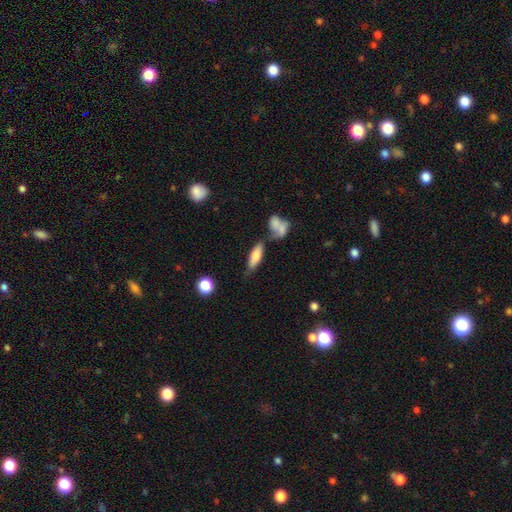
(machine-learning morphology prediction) Overall: smooth (73%). How rounded: in between (56%; cigar-shaped 42%). Merging: none (58%; merger 18%).